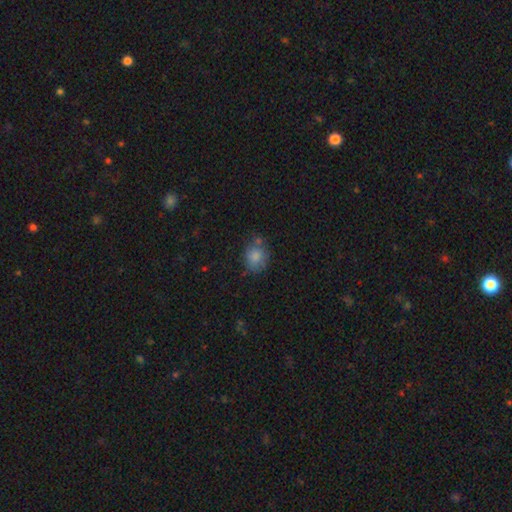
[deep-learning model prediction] Smooth or featured?
  - smooth: 82% *
  - star or artifact: 10%
  - featured or disk: 8%
How rounded?
  - round: 64% *
  - in between: 35%
  - cigar-shaped: 1%
Merging?
  - none: 63% *
  - minor disturbance: 20%
  - merger: 11%
  - major disturbance: 6%